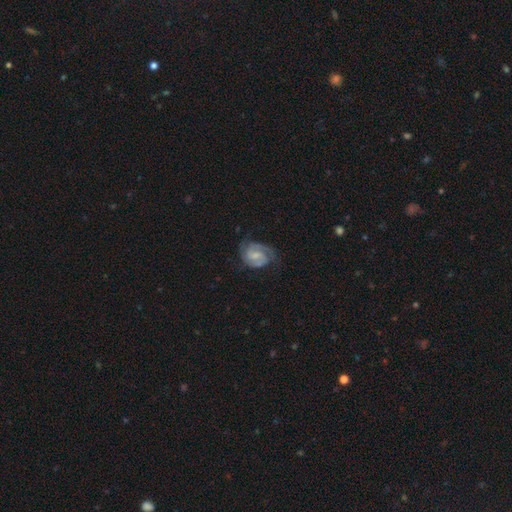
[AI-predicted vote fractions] This is clearly a featured or disk galaxy (83%). It is clearly not viewed edge-on (98%). Bar: possibly weak (55%). Spiral arm pattern: clearly yes (97%). Spiral arm count: likely 2 (77%). Spiral winding: possibly tight (48%). Central bulge: marginally small (43%). Merging: likely none (67%).